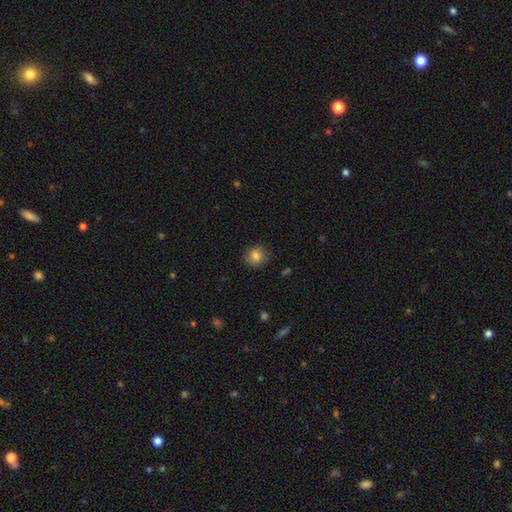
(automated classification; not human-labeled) A smooth galaxy with no disk features (84%) that is round (87%).

Vote fractions:
- Smooth or featured? smooth: 84% / star or artifact: 10% / featured or disk: 6%
- How rounded? round: 87% / in between: 12% / cigar-shaped: 1%
- Merging? none: 88% / minor disturbance: 9% / major disturbance: 2% / merger: 1%